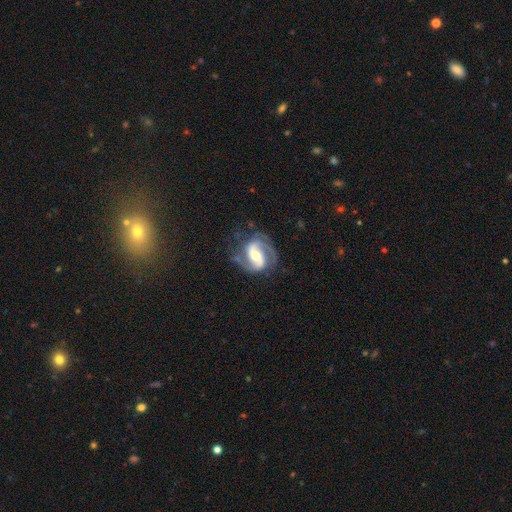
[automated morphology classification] A featured or disk galaxy (88%) with a weak bar (40%), 2 (90%) medium (56%) spiral arms (97%) and a moderate central bulge (62%).

Vote fractions:
- Smooth or featured? featured or disk: 88% / smooth: 7% / star or artifact: 5%
- Edge-on disk? no: 98% / yes: 2%
- Bar? weak: 40% / strong: 36% / no: 24%
- Spiral arms? yes: 97% / no: 3%
- Spiral winding? medium: 56% / tight: 23% / loose: 22%
- Spiral arm count? 2: 90% / can't tell: 3% / 1: 3% / 3: 2% / 4: 1% / more than 4: 1%
- Bulge size? moderate: 62% / small: 23% / large: 12% / none: 2% / dominant: 1%
- Merging? none: 71% / minor disturbance: 18% / major disturbance: 10% / merger: 2%